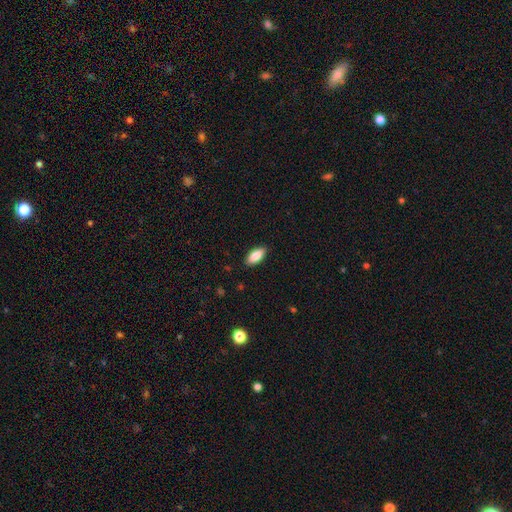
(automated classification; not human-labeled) Smooth or featured: smooth — 85% (featured or disk — 8%)
How rounded: in between — 88% (cigar-shaped — 10%)
Merging: none — 89% (minor disturbance — 9%)